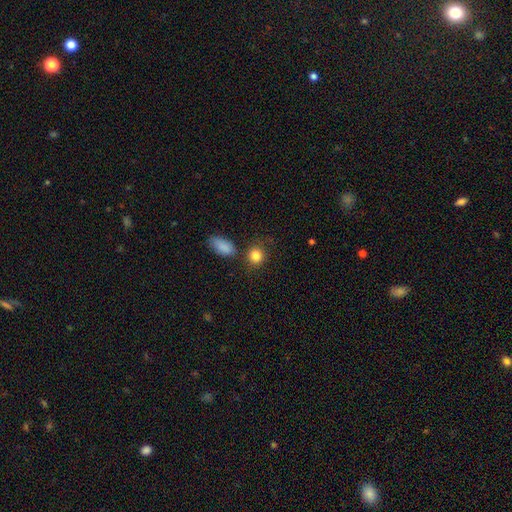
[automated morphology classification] Overall: smooth (85%). How rounded: round (78%). Merging: none (73%).